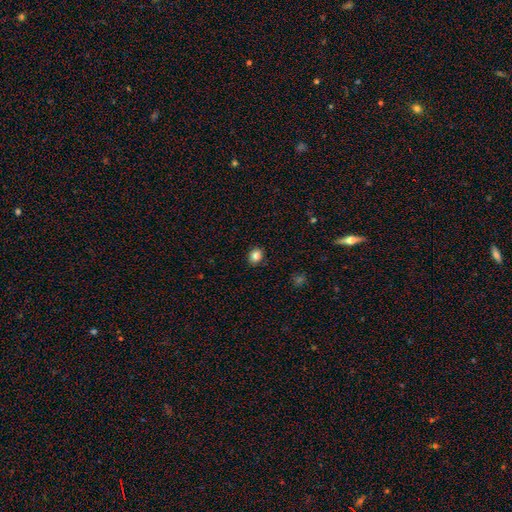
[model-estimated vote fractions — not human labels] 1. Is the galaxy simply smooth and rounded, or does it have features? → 84% smooth, 11% star or artifact, 6% featured or disk.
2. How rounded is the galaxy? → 61% round, 39% in between, 1% cigar-shaped.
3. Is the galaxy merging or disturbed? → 89% none, 8% minor disturbance, 2% major disturbance, 1% merger.